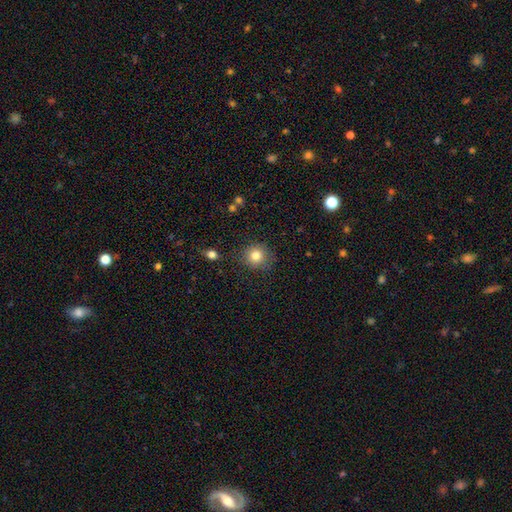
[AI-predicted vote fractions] Smooth or featured?
  - smooth: 82% *
  - star or artifact: 11%
  - featured or disk: 7%
How rounded?
  - round: 89% *
  - in between: 10%
  - cigar-shaped: 1%
Merging?
  - none: 82% *
  - minor disturbance: 12%
  - major disturbance: 4%
  - merger: 2%